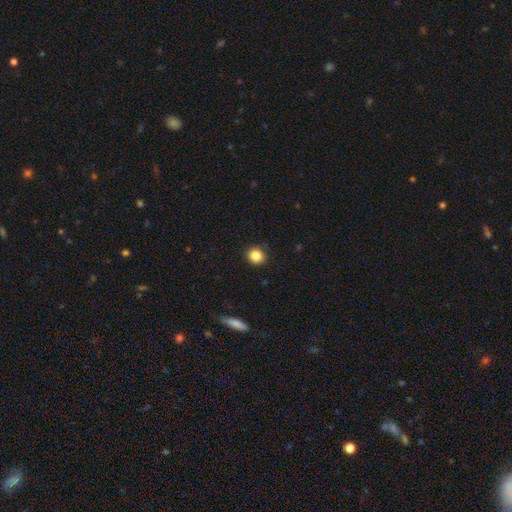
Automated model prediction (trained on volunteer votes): A smooth galaxy with no disk features (86%) that is round (86%). Merging: none (90%).